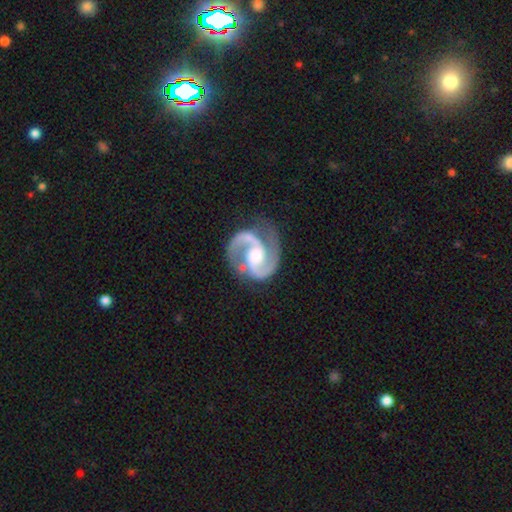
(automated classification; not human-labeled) Smooth or featured? featured or disk (94%)
Edge-on disk? no (98%)
Bar? no (48%)
Spiral arms? yes (99%)
Spiral winding? medium (64%)
Spiral arm count? 2 (94%)
Bulge size? moderate (56%)
Merging? none (77%)